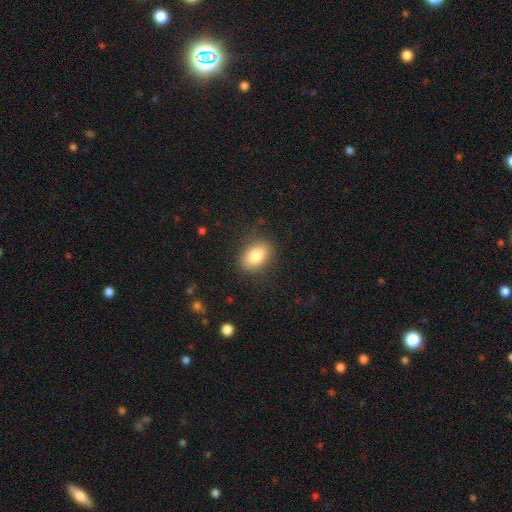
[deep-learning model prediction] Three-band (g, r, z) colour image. It shows a smooth galaxy with no disk features (82%) that is in between round and cigar-shaped (82%). Merging: none (85%).